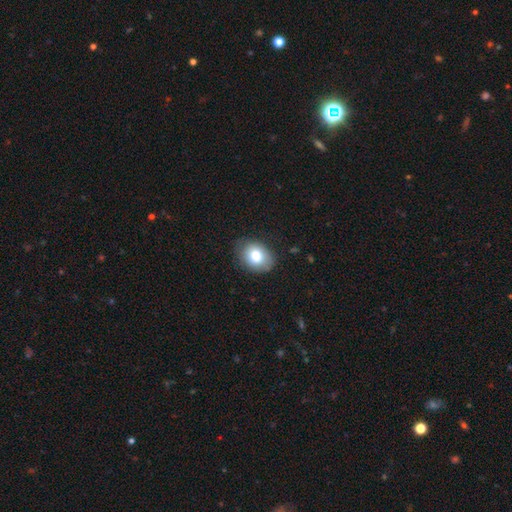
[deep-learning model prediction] smooth 77%, featured or disk 14%, star or artifact 9%. Down the decision tree: how rounded — in between (60%); merging — none (79%).